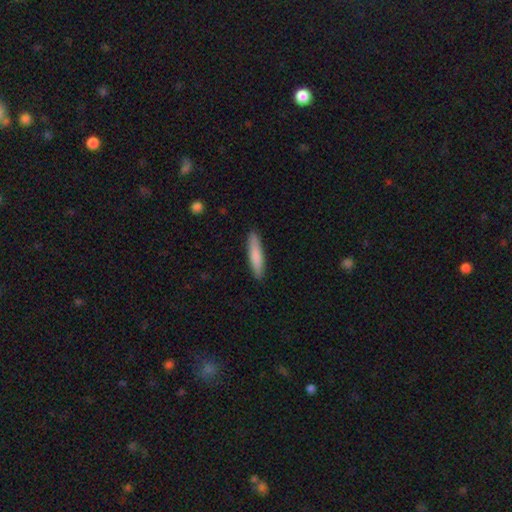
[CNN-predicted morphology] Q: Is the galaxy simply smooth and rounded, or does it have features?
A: smooth — 81%.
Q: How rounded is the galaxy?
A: cigar-shaped — 87%.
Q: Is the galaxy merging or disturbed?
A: none — 90%.